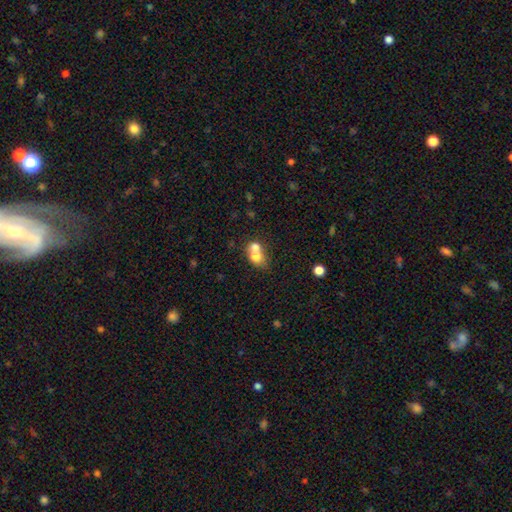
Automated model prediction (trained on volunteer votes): smooth-or-featured: smooth: 67% | featured or disk: 22% | star or artifact: 11%
  how-rounded: in between: 53% | round: 46% | cigar-shaped: 2%
  merging: merger: 68% | none: 22% | minor disturbance: 7% | major disturbance: 4%